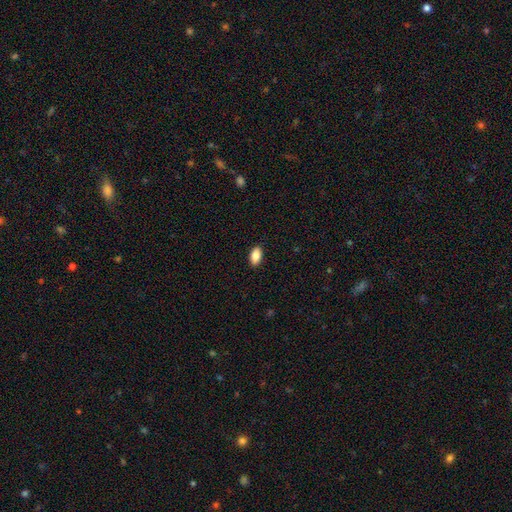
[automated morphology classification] This is clearly a smooth galaxy (88%). How rounded: clearly in between (92%). Merging: clearly none (89%).